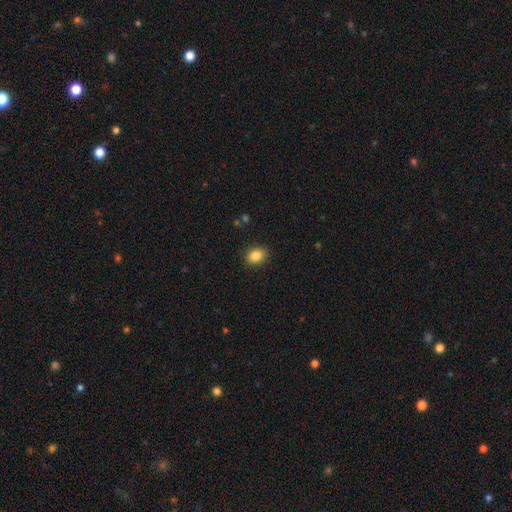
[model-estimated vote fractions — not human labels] smooth 86%, star or artifact 9%, featured or disk 5%. Down the decision tree: how rounded — in between (71%); merging — none (88%).